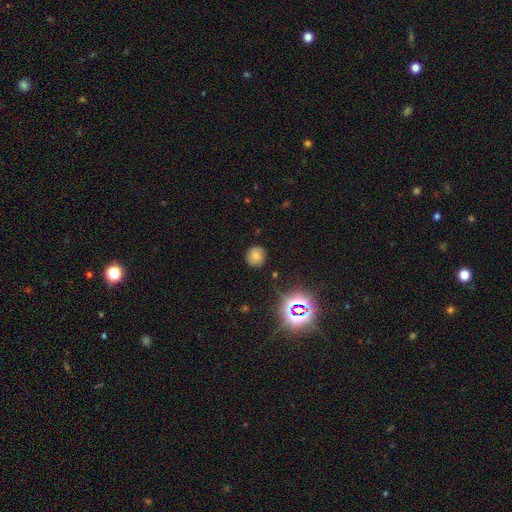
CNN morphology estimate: type=smooth (70%); roundness=round (83%); merging=none (85%).